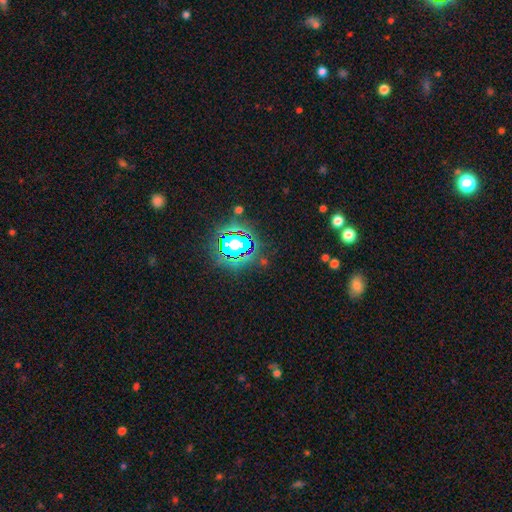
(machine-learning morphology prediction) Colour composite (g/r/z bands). It shows a star or artifact, not a galaxy (81%).